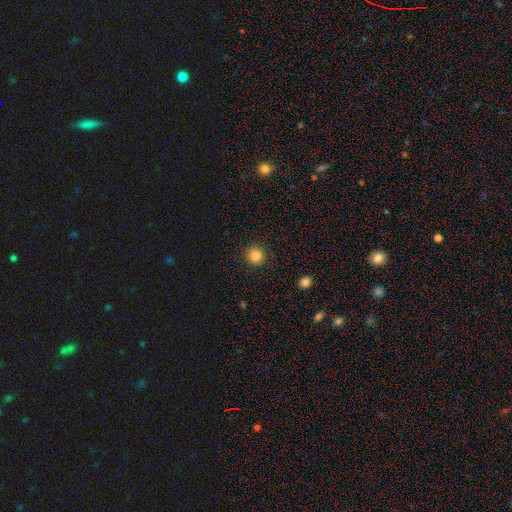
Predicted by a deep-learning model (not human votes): The model was most divided on "smooth or featured": smooth: 84%, star or artifact: 11%, featured or disk: 4%. More confident: how rounded — round (94%); merging — none (91%).